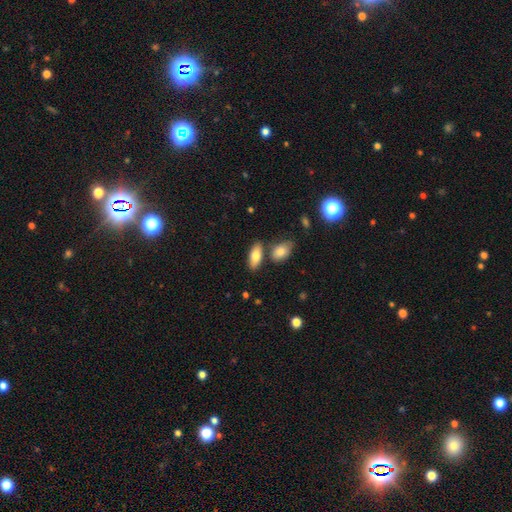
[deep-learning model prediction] A smooth galaxy with no disk features (78%) that is in between round and cigar-shaped (83%). Merging: none (70%).